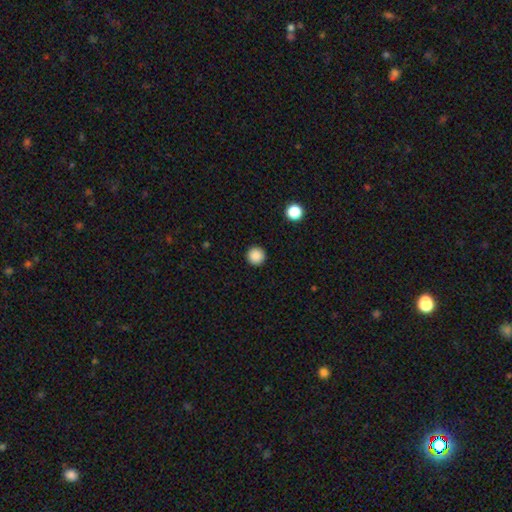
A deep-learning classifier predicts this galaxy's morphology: Smooth or featured? Predicted: smooth (p=0.88). How rounded? Predicted: round (p=0.96). Merging? Predicted: none (p=0.93).